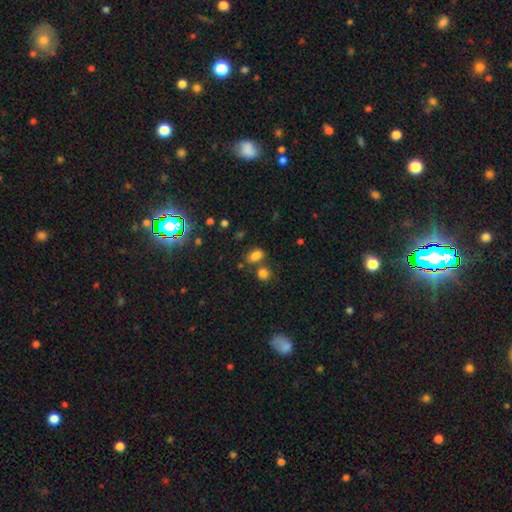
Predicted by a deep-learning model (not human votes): This is likely a smooth galaxy (79%). How rounded: likely in between (78%). Merging: likely none (61%).